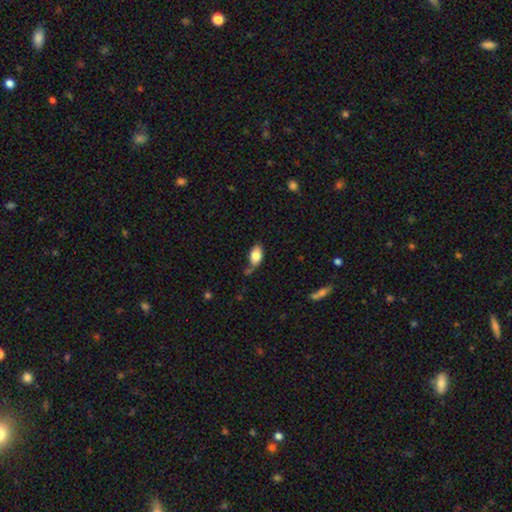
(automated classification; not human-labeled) Overall: smooth (80%). How rounded: in between (91%). Merging: none (63%).